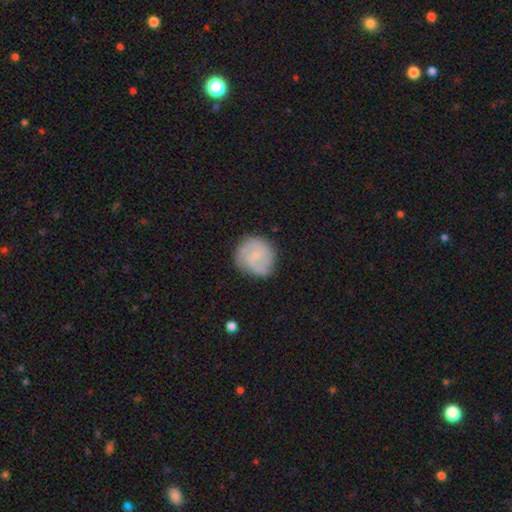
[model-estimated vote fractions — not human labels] Overall: featured or disk (54%; smooth 39%). Edge-on disk: no (98%). Bar: no (64%; weak 32%). Spiral arms: yes (88%). Bulge size: small (71%). Merging: none (73%).